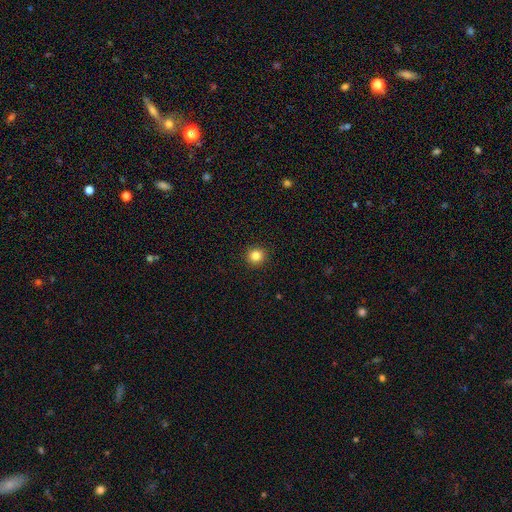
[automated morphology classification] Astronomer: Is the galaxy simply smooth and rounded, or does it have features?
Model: smooth — 84%.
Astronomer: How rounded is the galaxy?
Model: round — 94%.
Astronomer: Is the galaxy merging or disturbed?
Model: none — 92%.